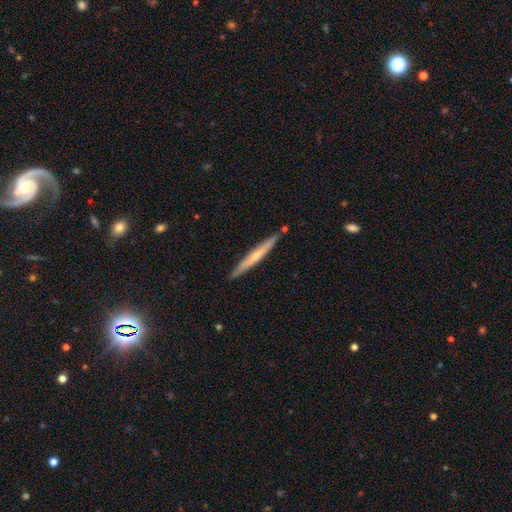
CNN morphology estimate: featured or disk 50%, smooth 44%, star or artifact 5%. Down the decision tree: edge-on disk — yes (95%); merging — none (88%).